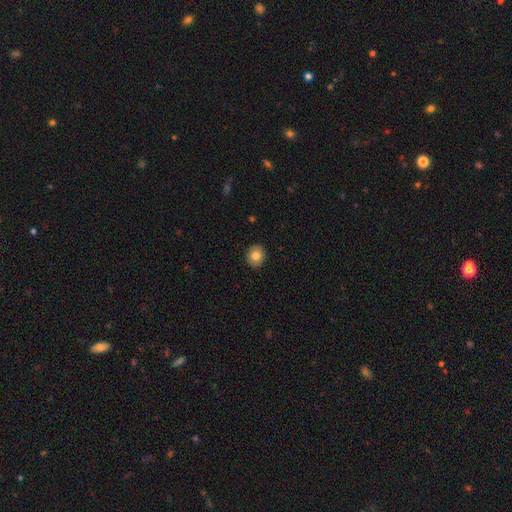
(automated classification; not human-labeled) smooth 82%, featured or disk 9%, star or artifact 9%. Down the decision tree: how rounded — round (70%); merging — none (91%).